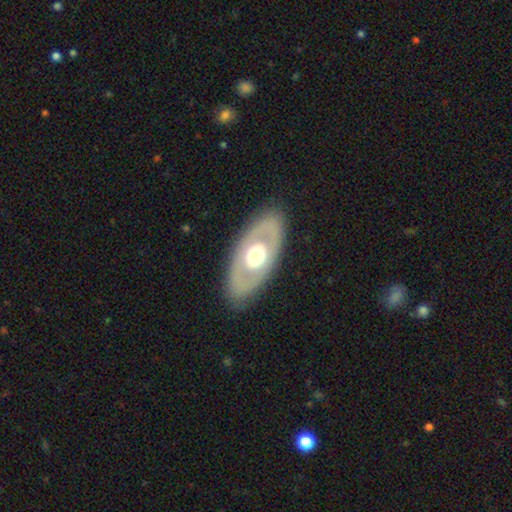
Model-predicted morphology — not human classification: This appears to be a featured or disk galaxy (54%). Merging: none (83%).